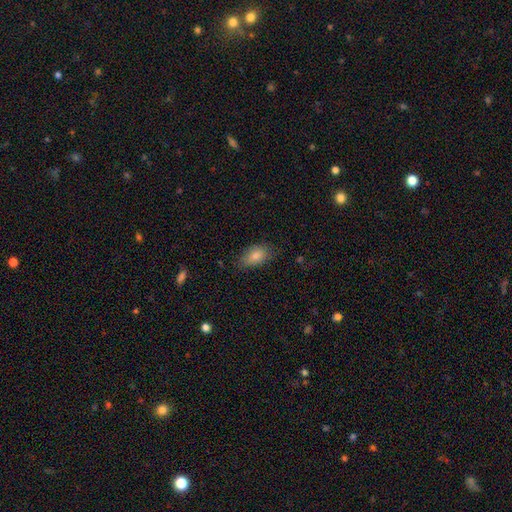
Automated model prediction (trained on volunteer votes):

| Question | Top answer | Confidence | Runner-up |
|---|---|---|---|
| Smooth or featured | smooth | 79% | featured or disk (11%) |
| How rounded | in between | 88% | round (7%) |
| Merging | none | 78% | minor disturbance (17%) |